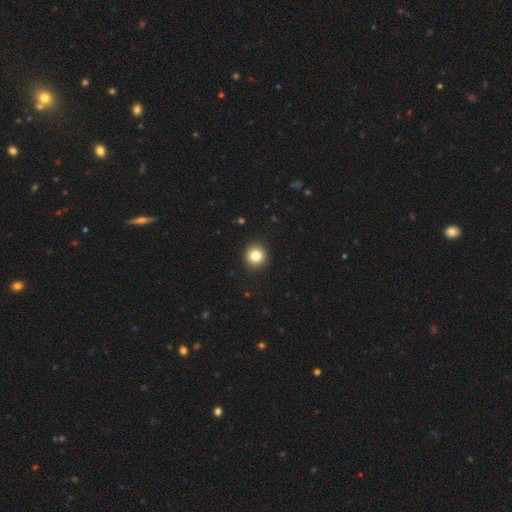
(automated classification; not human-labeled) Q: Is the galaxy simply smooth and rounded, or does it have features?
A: smooth — 84%.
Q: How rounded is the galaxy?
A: round — 93%.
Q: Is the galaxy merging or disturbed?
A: none — 93%.